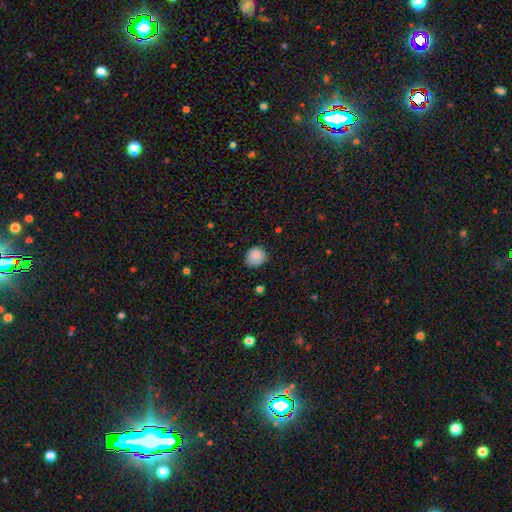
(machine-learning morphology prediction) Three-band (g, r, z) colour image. It shows a smooth galaxy with no disk features (86%) that is round (80%). Merging: none (69%).